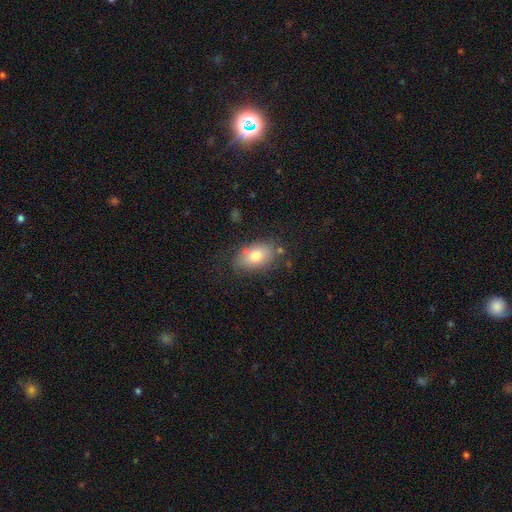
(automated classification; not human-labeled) Overall: smooth (76%). How rounded: in between (87%). Merging: none (74%).